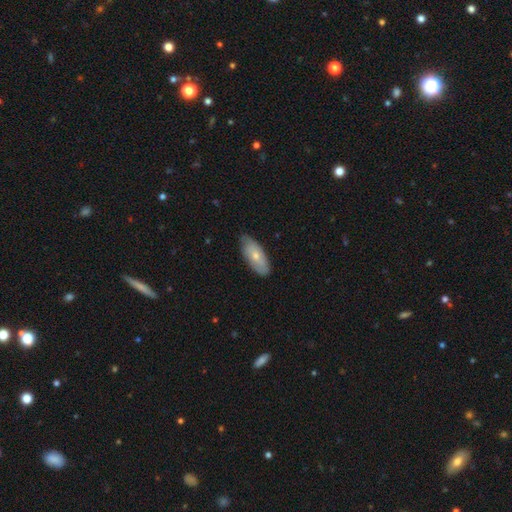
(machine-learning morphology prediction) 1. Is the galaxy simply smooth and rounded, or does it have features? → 60% smooth, 35% featured or disk, 5% star or artifact.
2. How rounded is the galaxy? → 85% in between, 13% cigar-shaped, 3% round.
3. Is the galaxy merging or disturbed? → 77% none, 19% minor disturbance, 3% major disturbance, 1% merger.